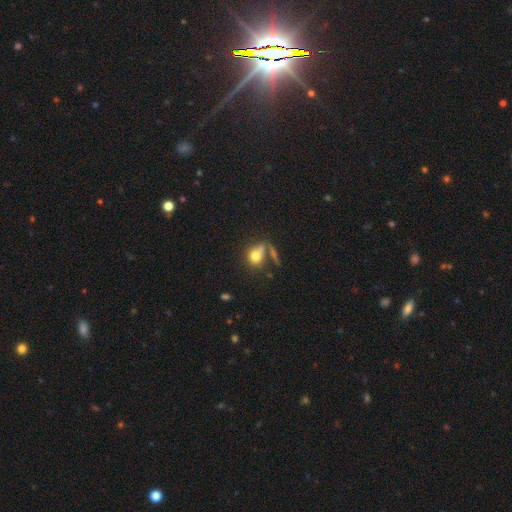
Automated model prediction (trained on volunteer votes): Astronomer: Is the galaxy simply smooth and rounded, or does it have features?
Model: smooth — 75%.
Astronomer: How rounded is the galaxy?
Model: round — 56% (runner-up: in between, 40%).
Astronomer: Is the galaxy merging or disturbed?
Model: none — 46% (runner-up: merger, 24%).